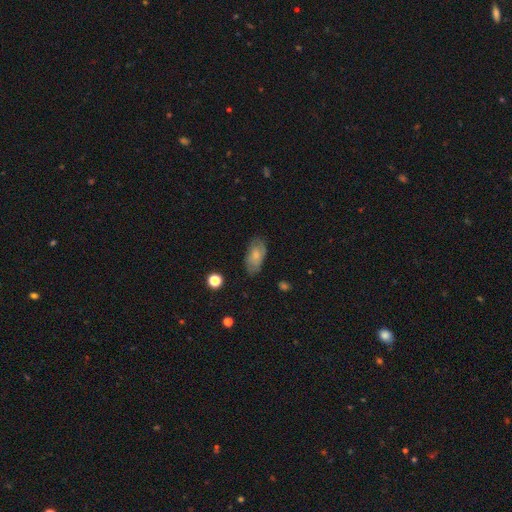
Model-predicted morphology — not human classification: Q: Smooth or featured?
A: smooth (69%); runner-up: featured or disk (24%)
Q: How rounded?
A: in between (92%); runner-up: cigar-shaped (4%)
Q: Merging?
A: none (75%); runner-up: minor disturbance (20%)